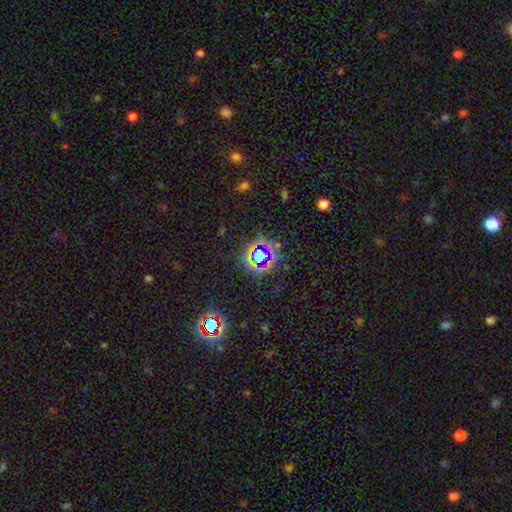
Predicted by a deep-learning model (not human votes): smooth_or_featured: star or artifact (p=0.71) [alt: smooth p=0.19]